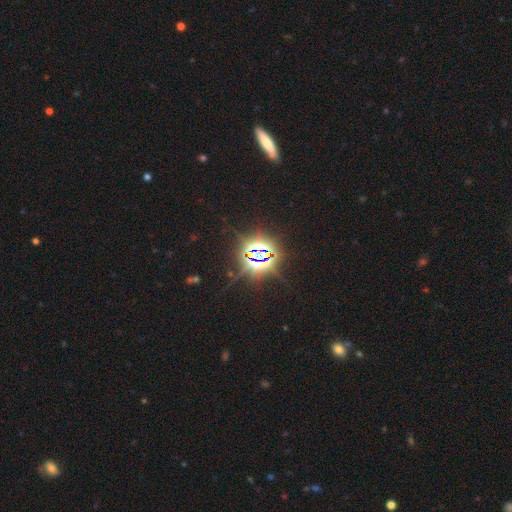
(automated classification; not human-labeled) This appears to be a star or artifact, not a galaxy (84%).